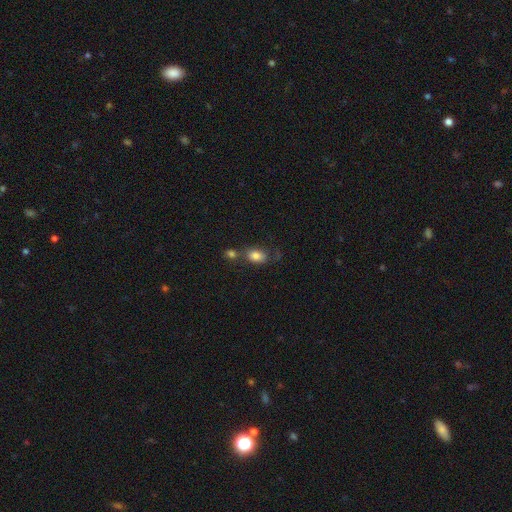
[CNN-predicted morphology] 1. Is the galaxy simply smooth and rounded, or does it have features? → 80% smooth, 10% featured or disk, 10% star or artifact.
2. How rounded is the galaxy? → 82% in between, 16% round, 2% cigar-shaped.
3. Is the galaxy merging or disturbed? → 48% none, 30% merger, 15% minor disturbance, 7% major disturbance.